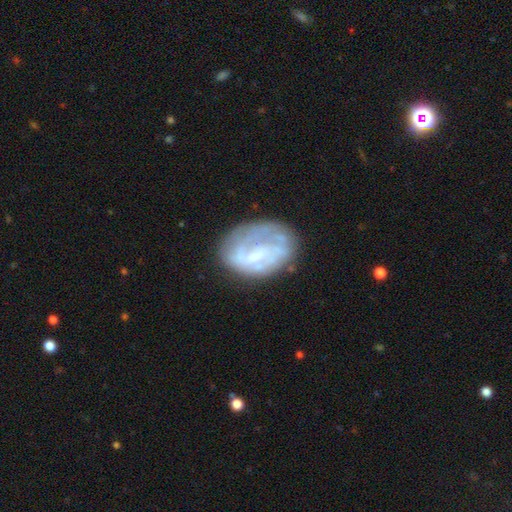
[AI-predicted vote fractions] Smooth or featured? featured or disk (62%)
Edge-on disk? no (97%)
Bar? no (46%)
Spiral arms? yes (52%)
Bulge size? small (54%)
Merging? none (54%)